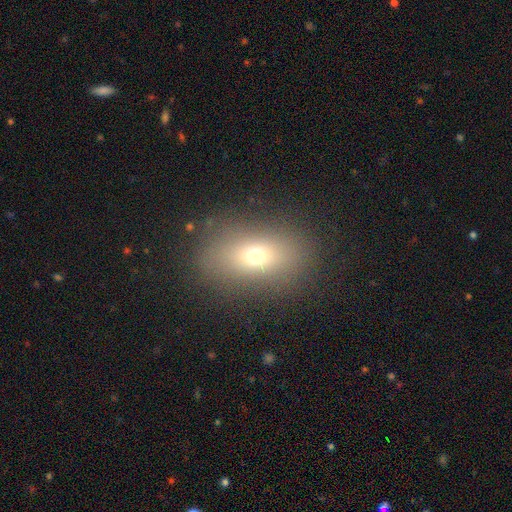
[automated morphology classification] A smooth galaxy with no disk features (64%) that is in between round and cigar-shaped (75%). Merging: none (84%).